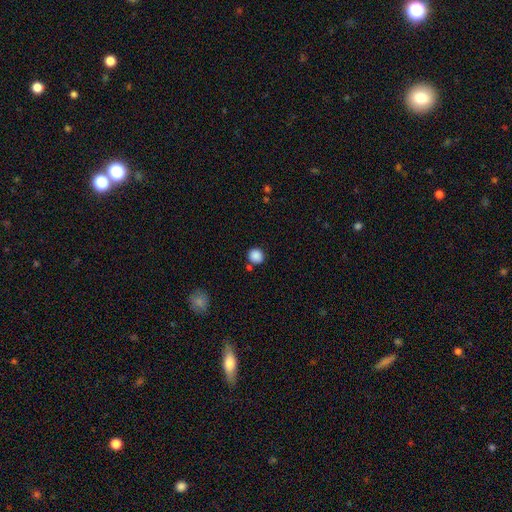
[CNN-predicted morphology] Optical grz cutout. It shows a smooth galaxy with no disk features (87%) that is round (89%). Merging: none (80%).